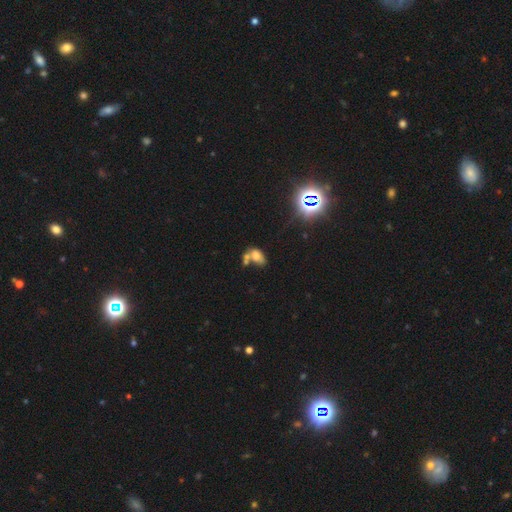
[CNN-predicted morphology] Overall: smooth (64%). How rounded: in between (86%). Merging: merger (51%; none 28%).